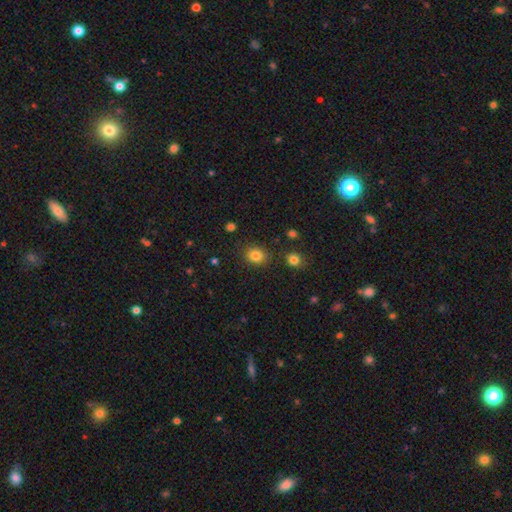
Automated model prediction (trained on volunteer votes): Smooth or featured? smooth (83%)
How rounded? round (64%)
Merging? none (85%)